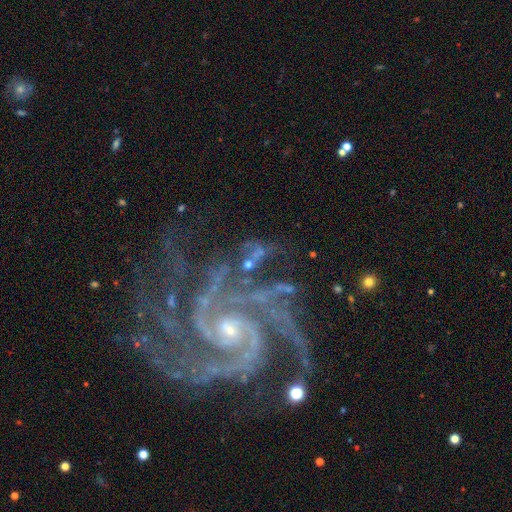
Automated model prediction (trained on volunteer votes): Smooth or featured: featured or disk — 81% (star or artifact — 11%)
Edge-on disk: no — 97% (yes — 3%)
Bar: no — 44% (weak — 35%)
Spiral arms: yes — 95% (no — 5%)
Spiral winding: tight — 52% (medium — 37%)
Spiral arm count: 2 — 32% (3 — 21%)
Bulge size: small — 70% (moderate — 22%)
Merging: none — 53% (major disturbance — 20%)